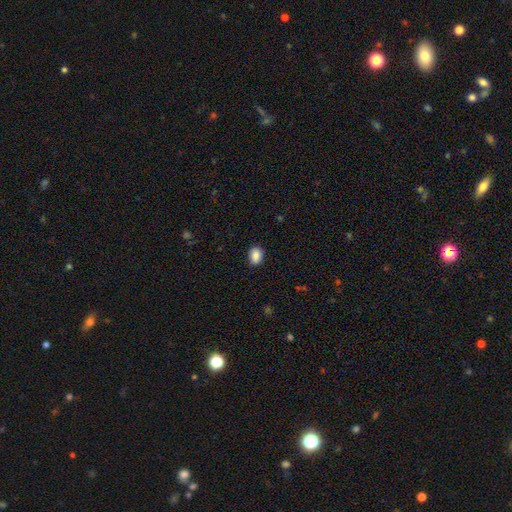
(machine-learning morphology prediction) Smooth or featured?
  - smooth: 88% *
  - star or artifact: 8%
  - featured or disk: 4%
How rounded?
  - in between: 74% *
  - round: 25%
  - cigar-shaped: 1%
Merging?
  - none: 87% *
  - minor disturbance: 10%
  - major disturbance: 2%
  - merger: 1%